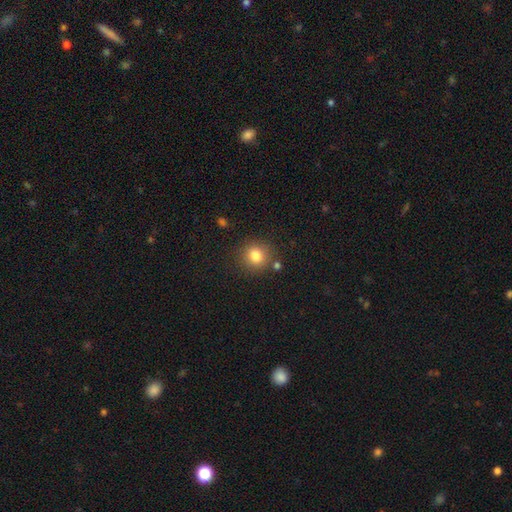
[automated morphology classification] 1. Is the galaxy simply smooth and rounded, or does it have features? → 81% smooth, 12% star or artifact, 7% featured or disk.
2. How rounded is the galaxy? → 85% round, 14% in between, 1% cigar-shaped.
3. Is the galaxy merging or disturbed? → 82% none, 10% minor disturbance, 6% merger, 3% major disturbance.